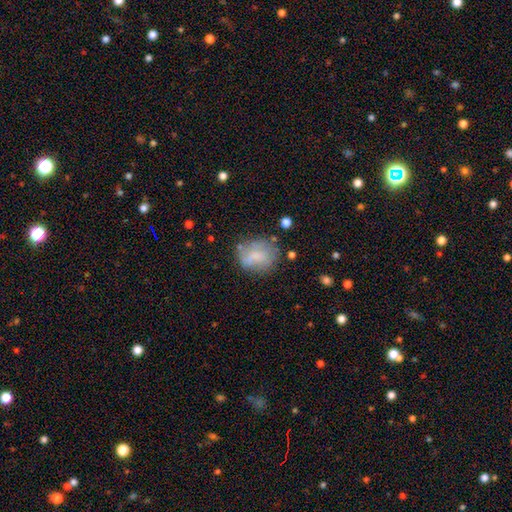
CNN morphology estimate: type=smooth (64%); roundness=round (61%); merging=none (56%).